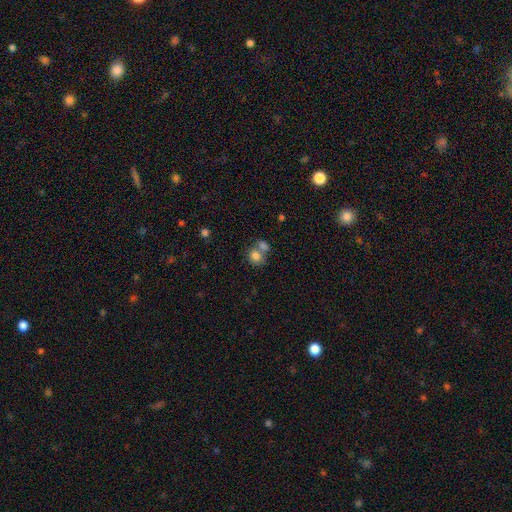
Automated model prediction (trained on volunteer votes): This is likely a smooth galaxy (80%). How rounded: likely round (64%). Merging: possibly merger (50%).